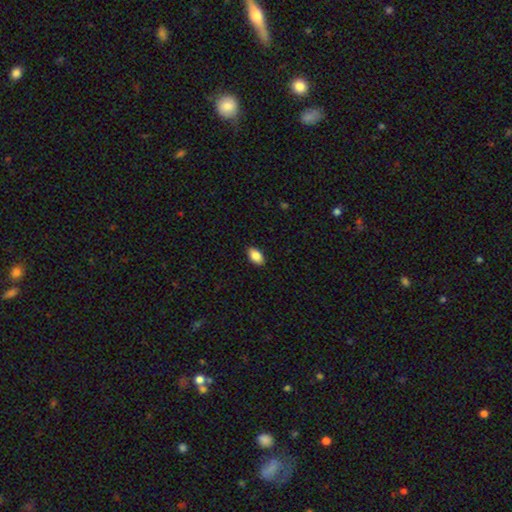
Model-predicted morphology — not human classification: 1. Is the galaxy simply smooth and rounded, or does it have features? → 87% smooth, 7% star or artifact, 5% featured or disk.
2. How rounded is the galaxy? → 93% in between, 5% round, 2% cigar-shaped.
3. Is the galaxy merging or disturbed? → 90% none, 8% minor disturbance, 2% major disturbance, 1% merger.